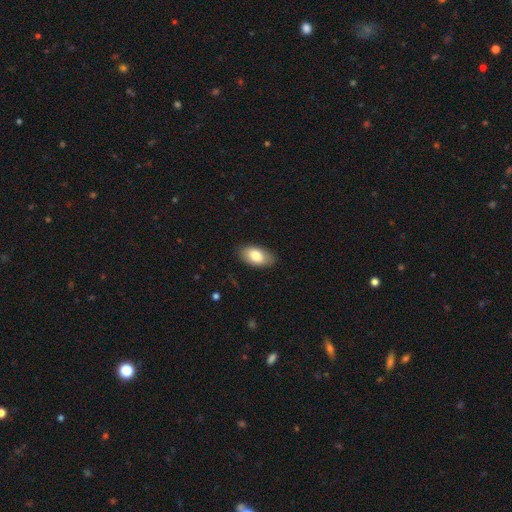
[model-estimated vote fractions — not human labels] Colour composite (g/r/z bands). It shows a smooth galaxy with no disk features (81%) that is in between round and cigar-shaped (94%). Merging: none (84%).